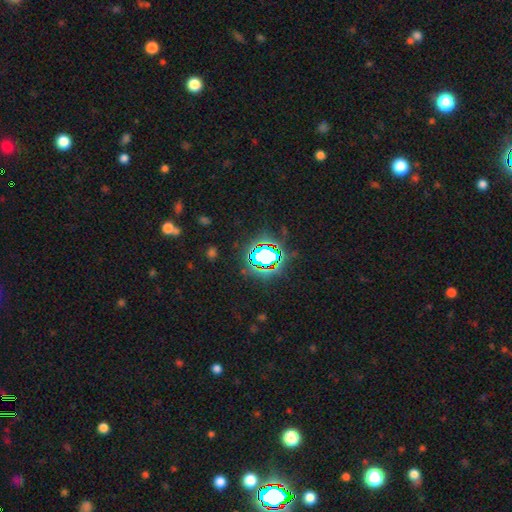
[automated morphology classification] Smooth or featured? Predicted: star or artifact (p=0.74).